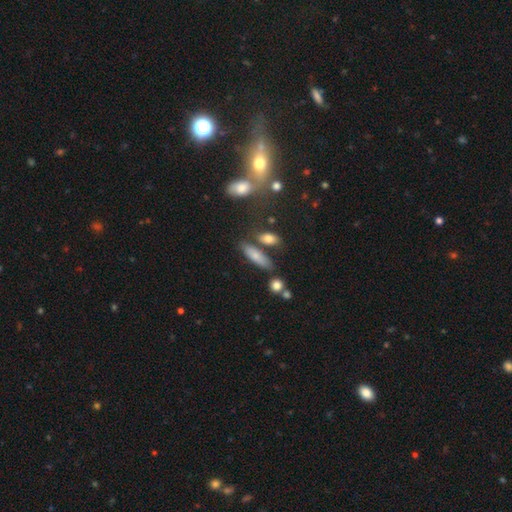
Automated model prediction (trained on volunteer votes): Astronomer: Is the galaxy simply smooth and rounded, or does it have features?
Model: smooth — 74%.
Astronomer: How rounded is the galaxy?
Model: in between — 50% (runner-up: cigar-shaped, 46%).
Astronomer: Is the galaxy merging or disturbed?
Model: none — 66%.